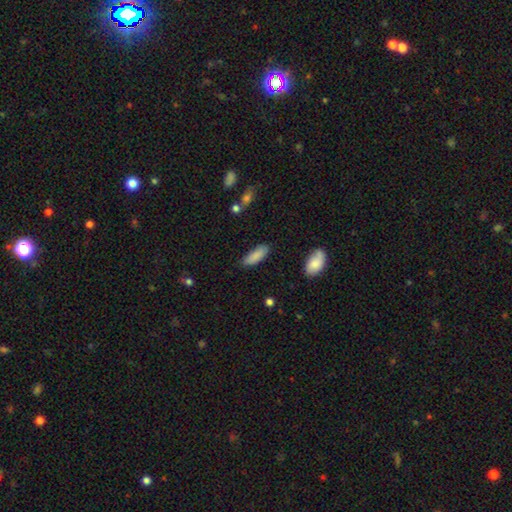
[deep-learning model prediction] This is clearly a smooth galaxy (86%). How rounded: likely in between (66%). Merging: clearly none (81%).